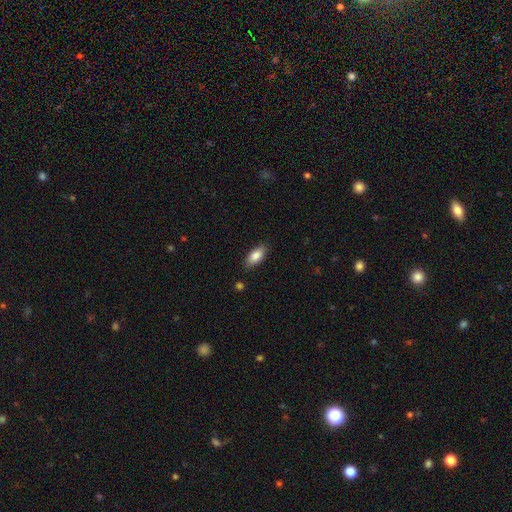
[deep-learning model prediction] smooth 85%, featured or disk 8%, star or artifact 7%. Down the decision tree: how rounded — in between (87%); merging — none (86%).